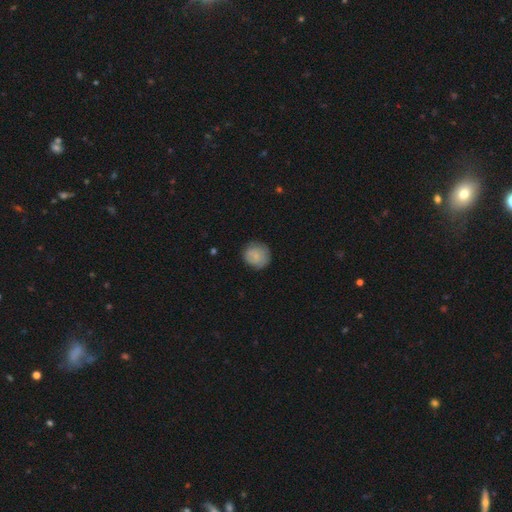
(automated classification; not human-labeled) Smooth or featured: smooth — 78% (featured or disk — 15%)
How rounded: round — 89% (in between — 10%)
Merging: none — 81% (minor disturbance — 14%)